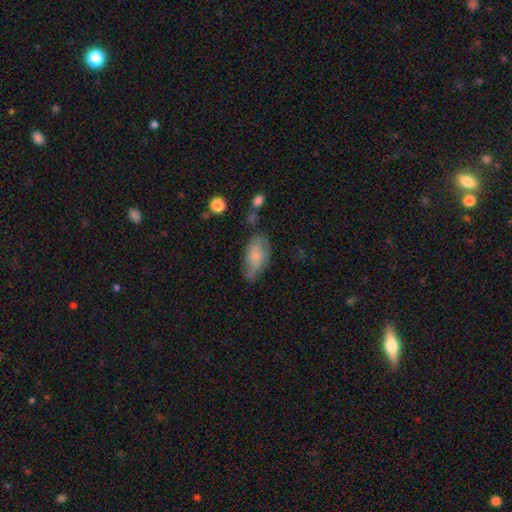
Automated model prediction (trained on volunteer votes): This is likely a smooth galaxy (68%). How rounded: clearly in between (91%). Merging: possibly none (49%).